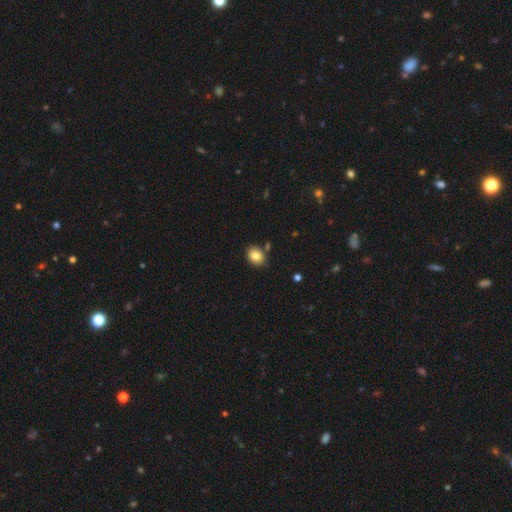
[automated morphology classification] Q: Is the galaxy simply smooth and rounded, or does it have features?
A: smooth — 83%.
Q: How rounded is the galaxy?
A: in between — 51%.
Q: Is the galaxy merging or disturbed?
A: none — 76%.